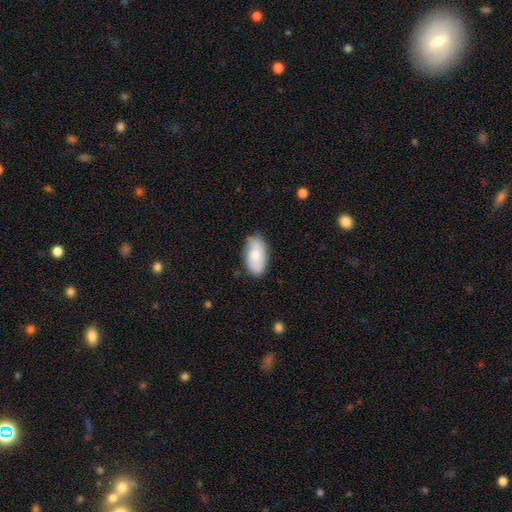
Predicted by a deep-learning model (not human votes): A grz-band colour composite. It shows a smooth galaxy with no disk features (63%) that is in between round and cigar-shaped (94%). Merging: none (75%).